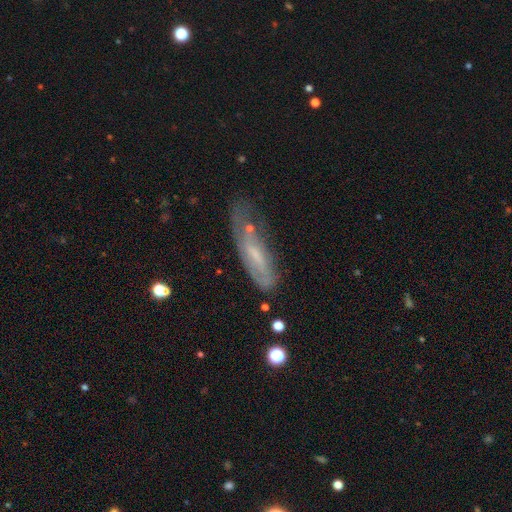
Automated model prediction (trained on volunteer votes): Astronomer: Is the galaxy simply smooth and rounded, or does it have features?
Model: featured or disk — 52% (runner-up: smooth, 39%).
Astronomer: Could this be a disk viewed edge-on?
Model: no — 66%.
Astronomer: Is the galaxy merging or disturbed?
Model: none — 45% (runner-up: minor disturbance, 30%).